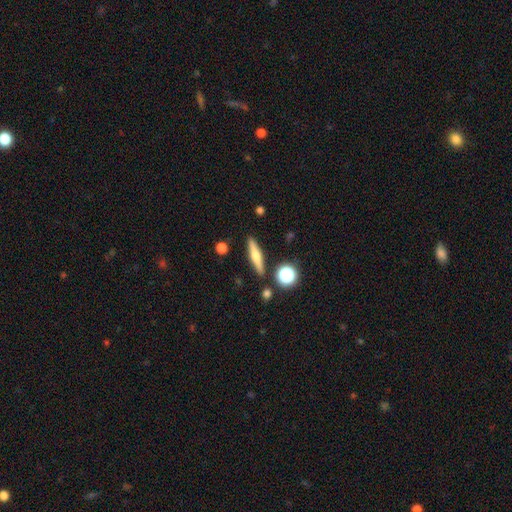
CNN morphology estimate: Smooth or featured?
  - smooth: 47% *
  - featured or disk: 44%
  - star or artifact: 8%
Merging?
  - none: 88% *
  - minor disturbance: 7%
  - merger: 3%
  - major disturbance: 2%